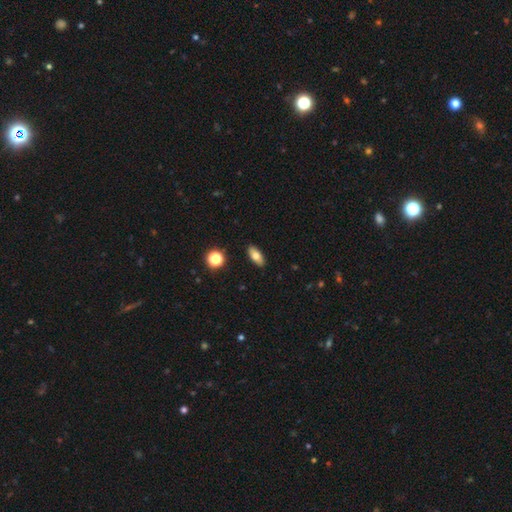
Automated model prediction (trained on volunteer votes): Overall: smooth (73%). How rounded: in between (82%). Merging: none (89%).